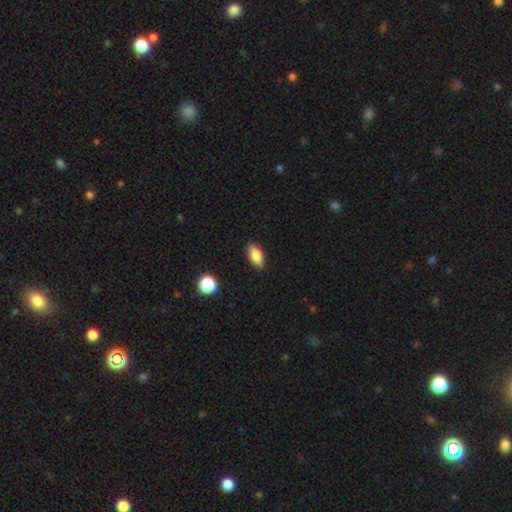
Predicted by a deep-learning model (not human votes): Overall: smooth (82%). How rounded: in between (86%). Merging: none (86%).